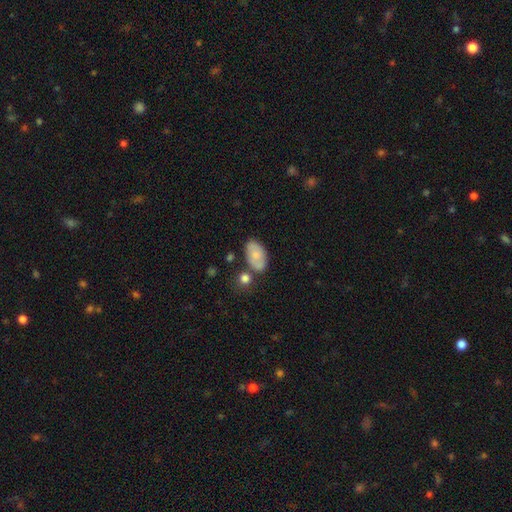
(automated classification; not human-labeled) smooth 68%, featured or disk 25%, star or artifact 7%. Down the decision tree: how rounded — in between (91%); merging — none (62%).